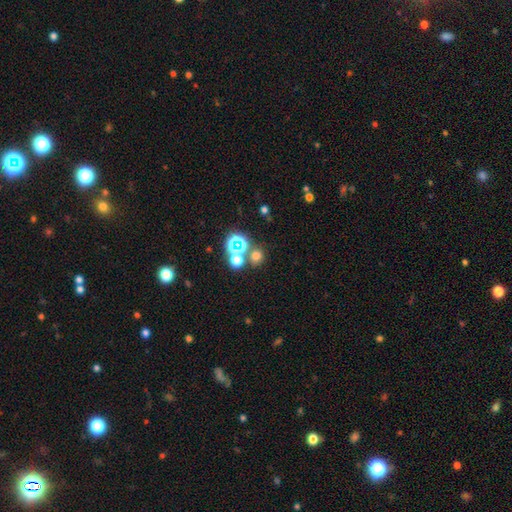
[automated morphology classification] The model was most divided on "smooth or featured": smooth: 63%, star or artifact: 29%, featured or disk: 8%. More confident: how rounded — round (83%); merging — none (68%).